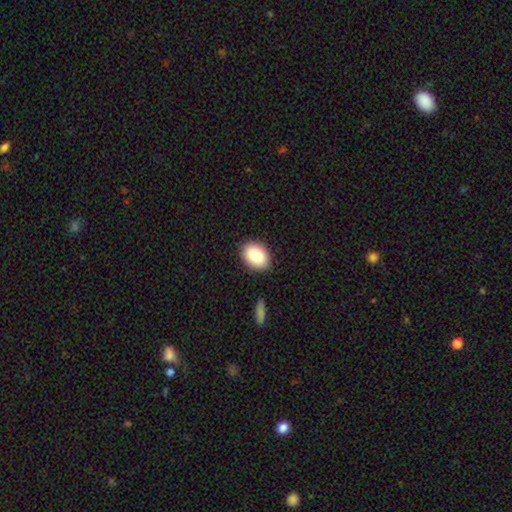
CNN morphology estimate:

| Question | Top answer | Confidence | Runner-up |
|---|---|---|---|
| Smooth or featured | smooth | 87% | star or artifact (7%) |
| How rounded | in between | 78% | round (21%) |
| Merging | none | 88% | minor disturbance (8%) |